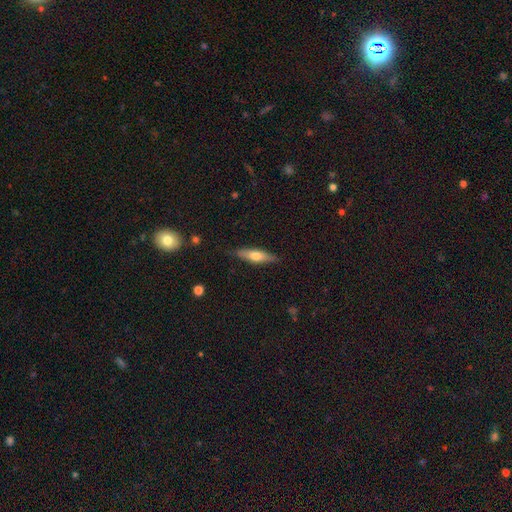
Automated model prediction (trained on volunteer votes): Q: Smooth or featured?
A: smooth (56%); runner-up: featured or disk (38%)
Q: How rounded?
A: cigar-shaped (67%); runner-up: in between (31%)
Q: Merging?
A: none (84%); runner-up: minor disturbance (13%)